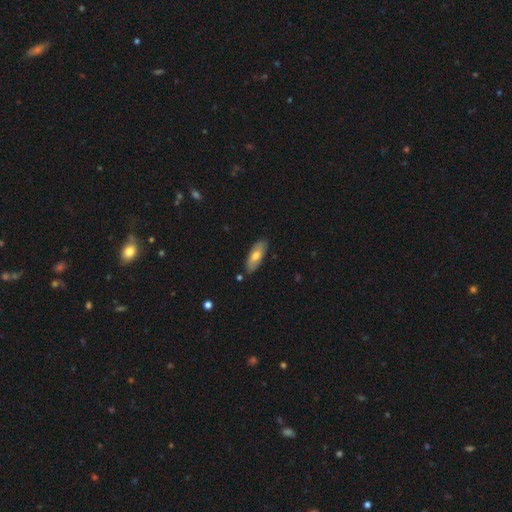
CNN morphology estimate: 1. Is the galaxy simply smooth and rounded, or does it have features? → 63% smooth, 31% featured or disk, 6% star or artifact.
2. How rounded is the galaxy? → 80% in between, 18% cigar-shaped, 2% round.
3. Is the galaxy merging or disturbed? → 83% none, 13% minor disturbance, 2% major disturbance, 2% merger.